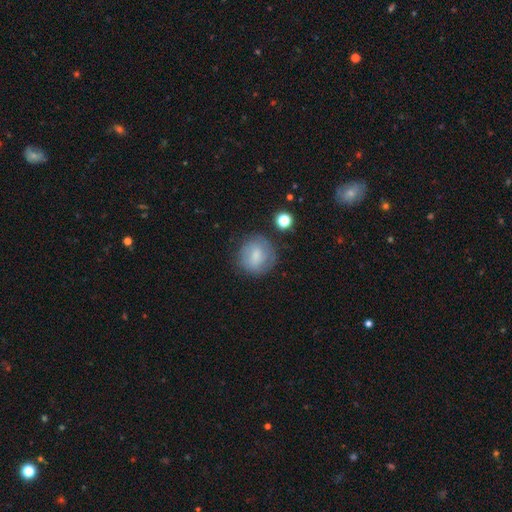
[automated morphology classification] Q: Smooth or featured?
A: smooth (63%); runner-up: featured or disk (28%)
Q: How rounded?
A: round (85%); runner-up: in between (14%)
Q: Merging?
A: none (73%); runner-up: minor disturbance (17%)